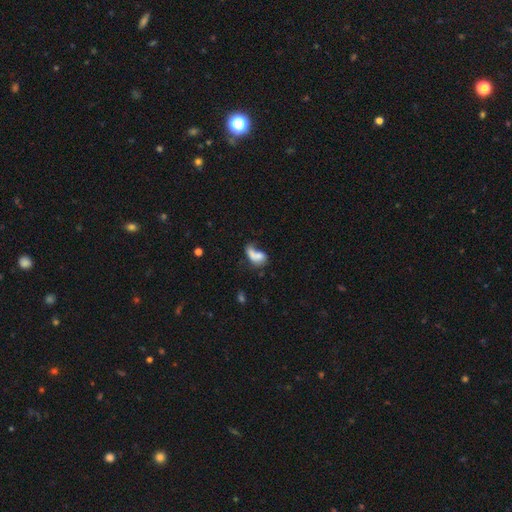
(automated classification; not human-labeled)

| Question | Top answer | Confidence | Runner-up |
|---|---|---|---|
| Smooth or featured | smooth | 64% | featured or disk (25%) |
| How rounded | in between | 81% | round (14%) |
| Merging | merger | 41% | major disturbance (23%) |